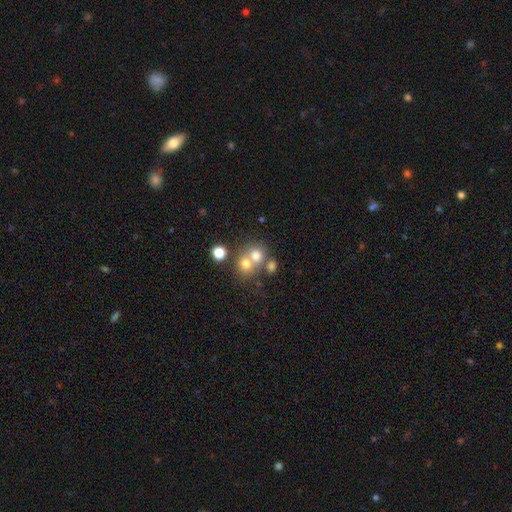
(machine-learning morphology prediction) A smooth galaxy with no disk features (69%) that is round (75%). Merging: merger (50%).